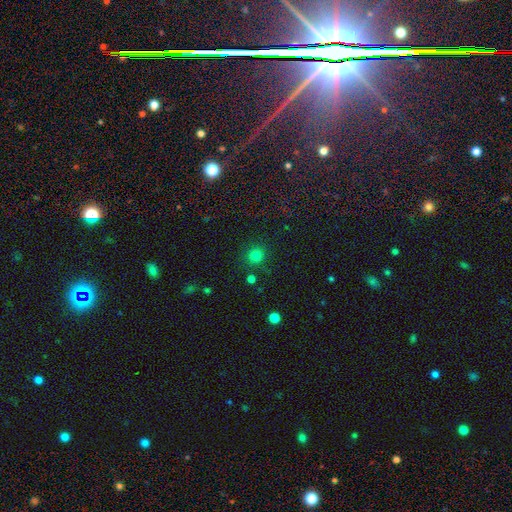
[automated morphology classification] Smooth or featured: smooth — 79% (star or artifact — 16%)
How rounded: round — 91% (in between — 8%)
Merging: none — 86% (minor disturbance — 8%)